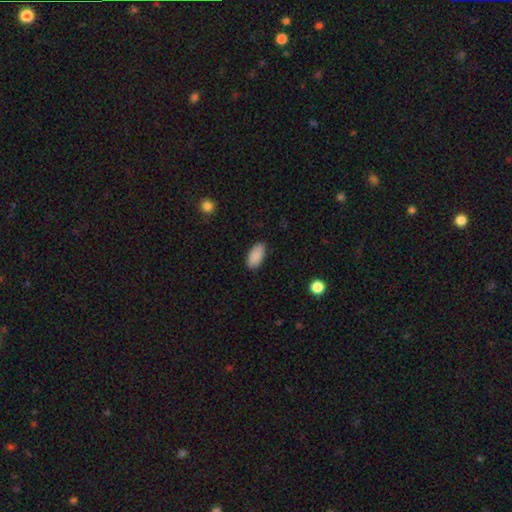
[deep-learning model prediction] Smooth or featured? smooth (90%)
How rounded? in between (94%)
Merging? none (88%)